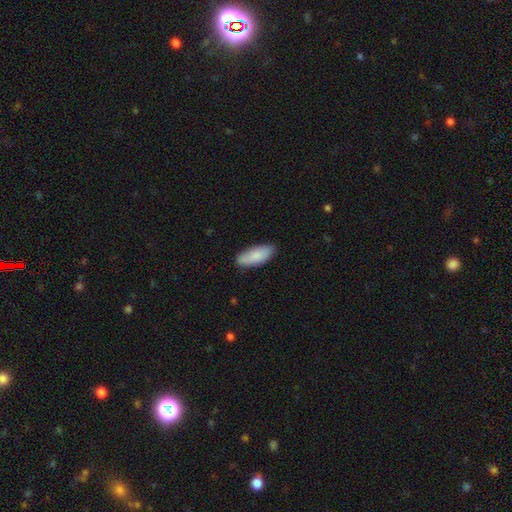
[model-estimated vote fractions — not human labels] This appears to be a smooth galaxy with no disk features (85%) that is in between round and cigar-shaped (80%). Merging: none (82%).